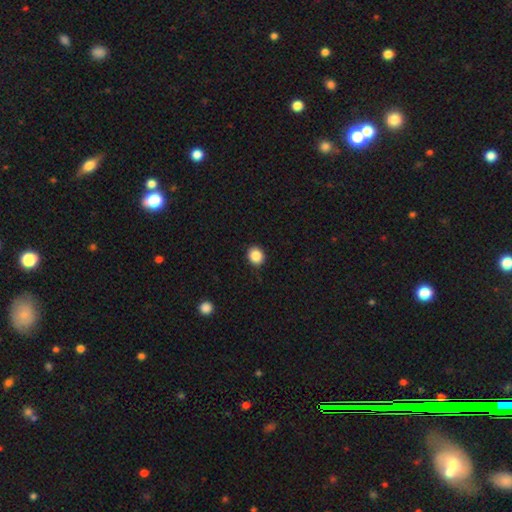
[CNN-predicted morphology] Q: Smooth or featured?
A: smooth (87%); runner-up: star or artifact (10%)
Q: How rounded?
A: round (75%); runner-up: in between (24%)
Q: Merging?
A: none (88%); runner-up: minor disturbance (9%)